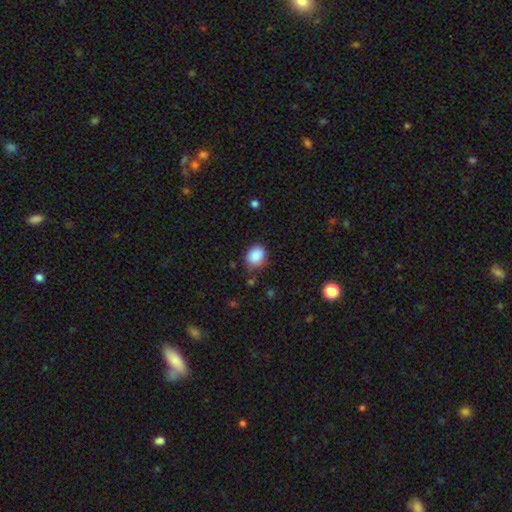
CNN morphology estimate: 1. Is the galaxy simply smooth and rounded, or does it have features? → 88% smooth, 8% star or artifact, 4% featured or disk.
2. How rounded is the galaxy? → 50% round, 49% in between, 1% cigar-shaped.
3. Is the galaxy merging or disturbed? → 77% none, 17% minor disturbance, 4% major disturbance, 2% merger.